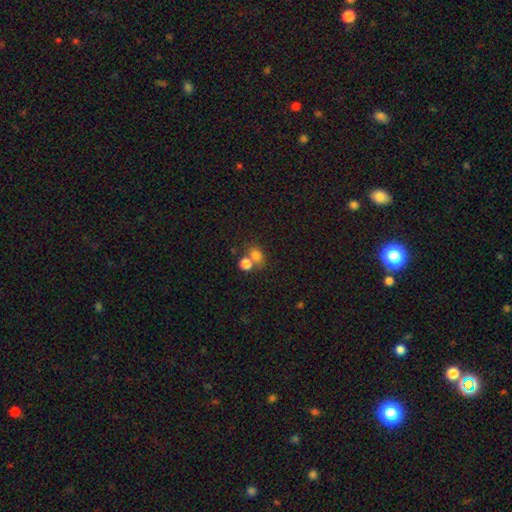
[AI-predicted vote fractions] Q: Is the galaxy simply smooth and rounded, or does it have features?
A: smooth — 77%.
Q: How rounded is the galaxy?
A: round — 53%.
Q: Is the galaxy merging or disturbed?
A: merger — 43%, tied with none.